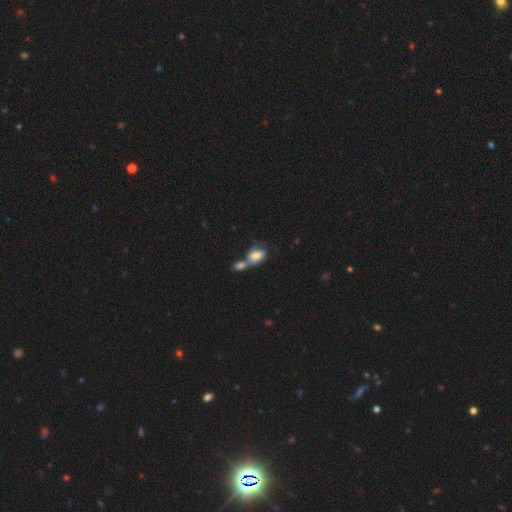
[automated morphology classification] type=smooth (72%); roundness=in between (84%); merging=merger (66%).